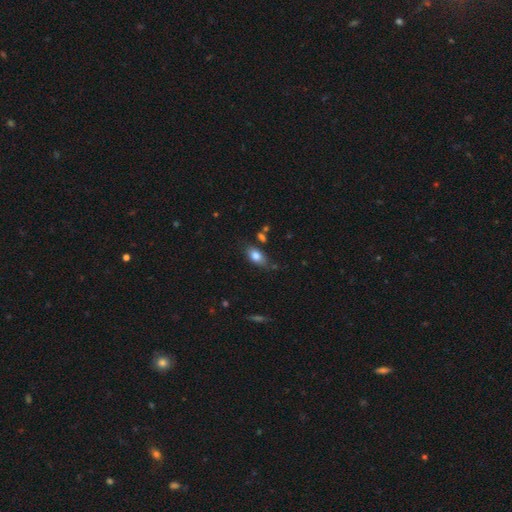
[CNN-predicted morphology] This is likely a smooth galaxy (80%). How rounded: clearly in between (87%). Merging: likely none (70%).